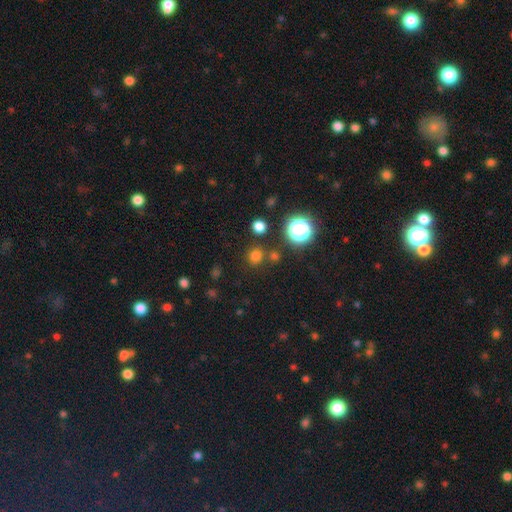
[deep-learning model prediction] This is likely a smooth galaxy (72%). How rounded: clearly round (88%). Merging: likely none (80%).